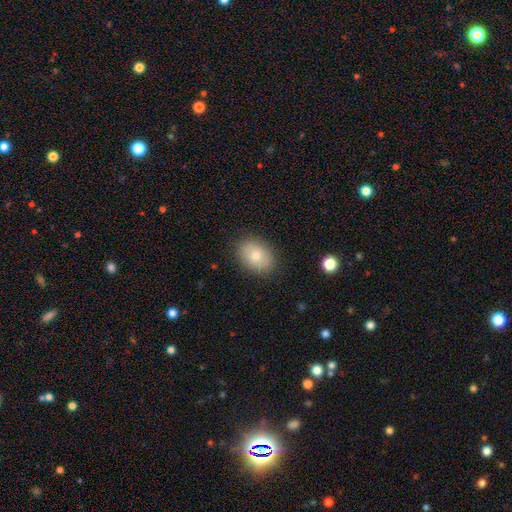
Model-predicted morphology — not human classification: Smooth or featured? Predicted: smooth (p=0.78). How rounded? Predicted: in between (p=0.75). Merging? Predicted: none (p=0.86).